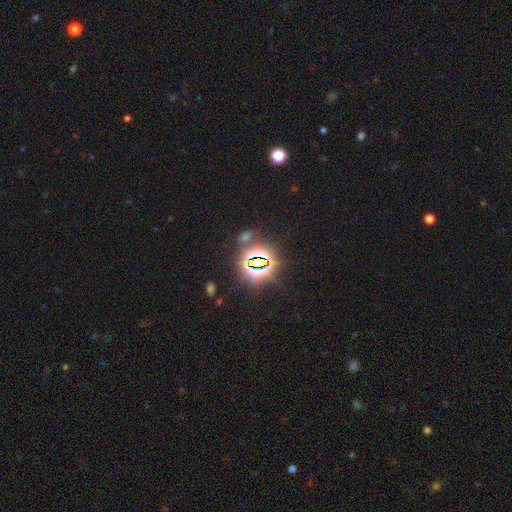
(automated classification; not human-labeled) This is likely a star or artifact rather than a galaxy (77%).